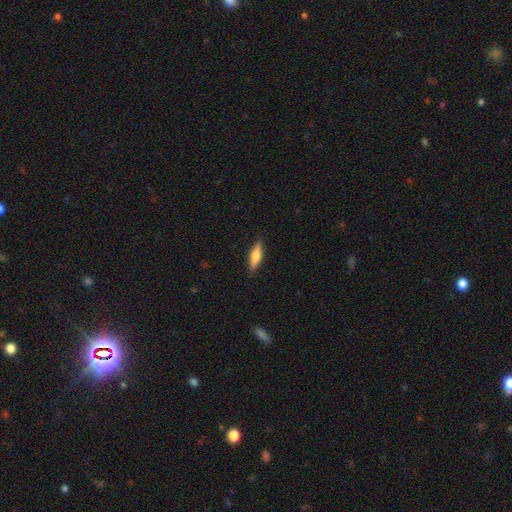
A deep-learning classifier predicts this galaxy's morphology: This is possibly a smooth galaxy (53%). How rounded: likely cigar-shaped (64%). Merging: clearly none (87%).